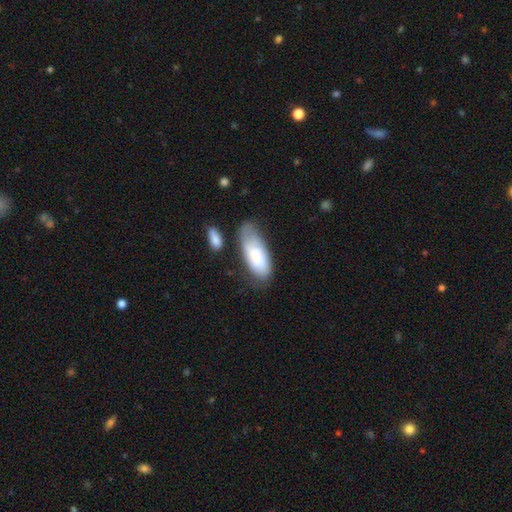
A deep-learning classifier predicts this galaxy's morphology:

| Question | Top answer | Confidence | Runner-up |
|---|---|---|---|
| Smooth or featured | smooth | 72% | featured or disk (22%) |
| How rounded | in between | 85% | cigar-shaped (13%) |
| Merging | none | 52% | minor disturbance (31%) |